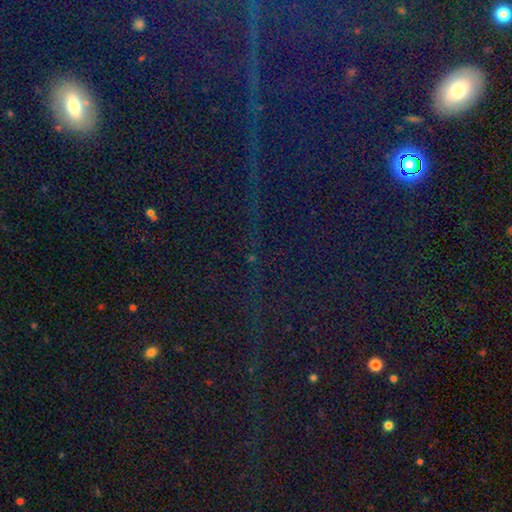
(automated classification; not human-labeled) Smooth or featured?
  - star or artifact: 78% *
  - smooth: 13%
  - featured or disk: 9%